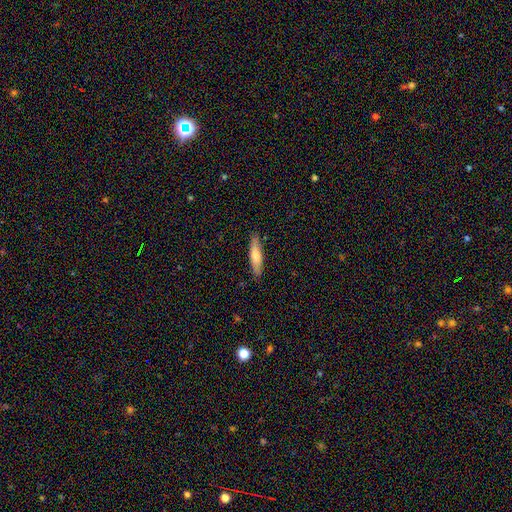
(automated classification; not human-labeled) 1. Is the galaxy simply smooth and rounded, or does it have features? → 67% smooth, 28% featured or disk, 6% star or artifact.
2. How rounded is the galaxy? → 80% cigar-shaped, 19% in between, 2% round.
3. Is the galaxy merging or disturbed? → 88% none, 9% minor disturbance, 2% major disturbance, 1% merger.